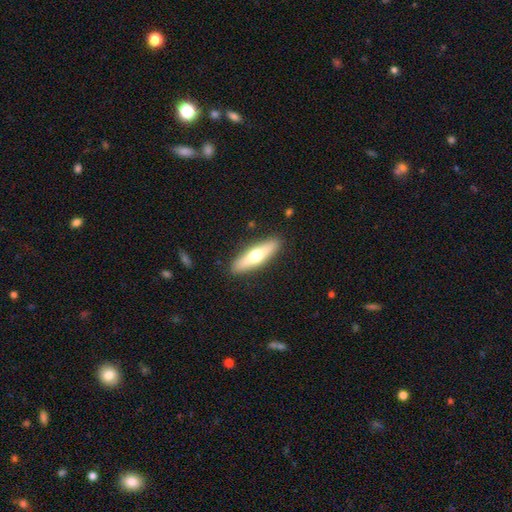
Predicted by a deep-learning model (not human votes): smooth-or-featured: smooth: 54% | featured or disk: 40% | star or artifact: 5%
  how-rounded: cigar-shaped: 69% | in between: 29% | round: 2%
  merging: none: 89% | minor disturbance: 8% | major disturbance: 2% | merger: 1%